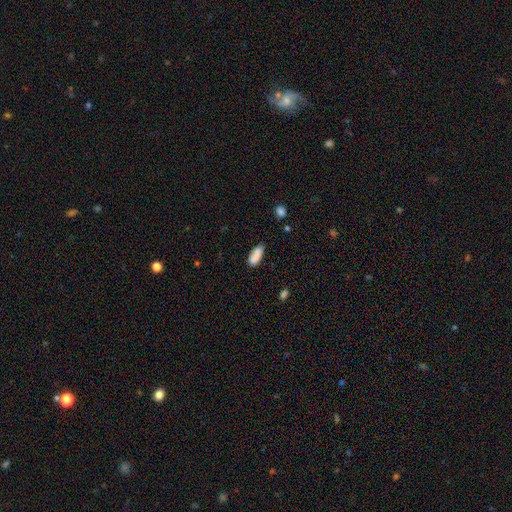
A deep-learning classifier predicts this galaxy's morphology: smooth-or-featured: smooth: 87% | star or artifact: 7% | featured or disk: 6%
  how-rounded: in between: 79% | cigar-shaped: 19% | round: 2%
  merging: none: 72% | minor disturbance: 21% | major disturbance: 4% | merger: 3%